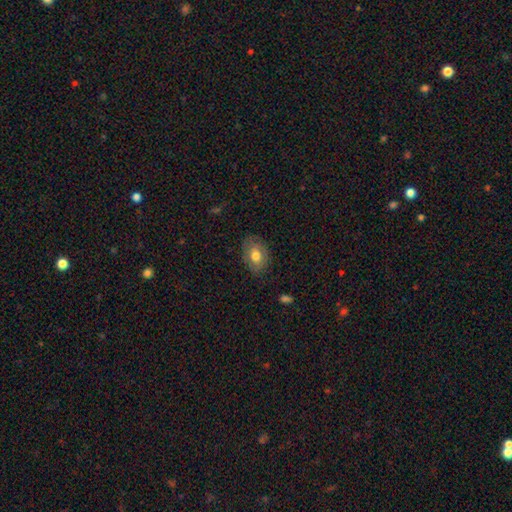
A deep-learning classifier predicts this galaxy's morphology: A smooth galaxy with no disk features (71%) that is in between round and cigar-shaped (79%). Merging: none (80%).